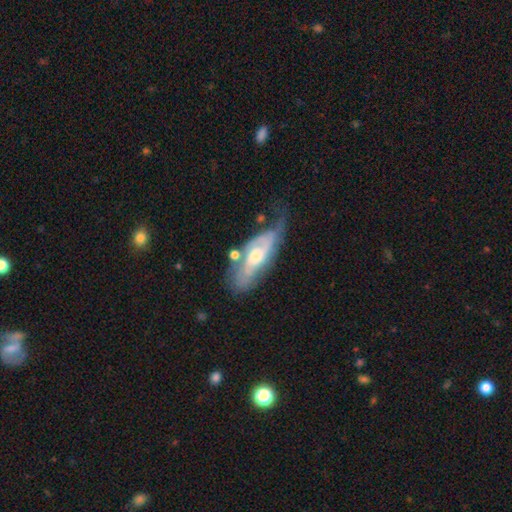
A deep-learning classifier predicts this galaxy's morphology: The model was most divided on "spiral winding": tight: 42%, medium: 39%, loose: 18%. Remaining: spiral arms — yes (88%); edge-on disk — no (87%); smooth or featured — featured or disk (77%); bulge size — moderate (59%); bar — no (59%); spiral arm count — 2 (51%); merging — none (36%).